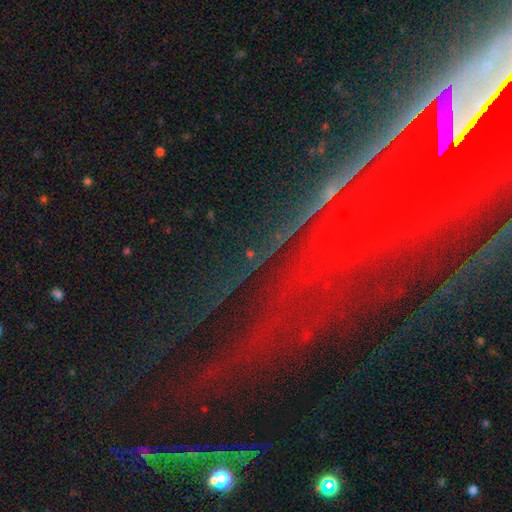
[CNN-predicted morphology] Smooth or featured? star or artifact (75%)